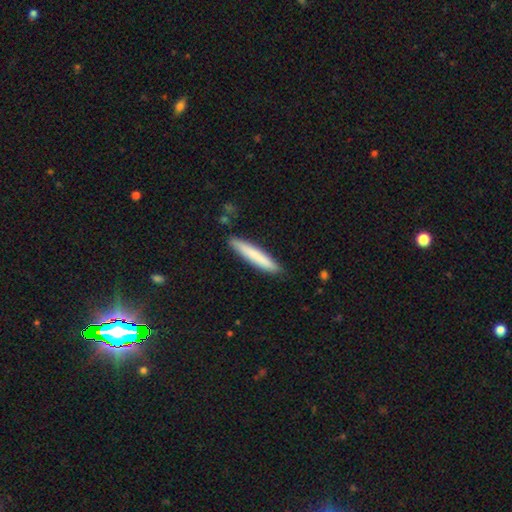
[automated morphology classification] smooth-or-featured: smooth: 78% | featured or disk: 16% | star or artifact: 6%
  how-rounded: cigar-shaped: 94% | in between: 5% | round: 1%
  merging: none: 89% | minor disturbance: 8% | major disturbance: 2% | merger: 1%